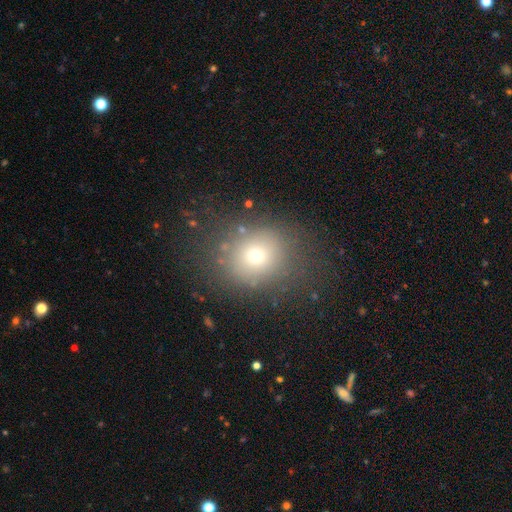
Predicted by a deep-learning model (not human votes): smooth 69%, star or artifact 18%, featured or disk 13%. Down the decision tree: how rounded — round (72%); merging — none (77%).